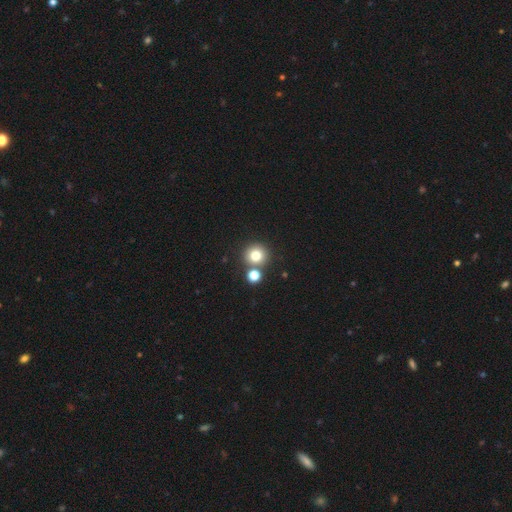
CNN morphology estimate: Smooth or featured: smooth — 77% (star or artifact — 14%)
How rounded: round — 92% (in between — 7%)
Merging: none — 72% (merger — 18%)